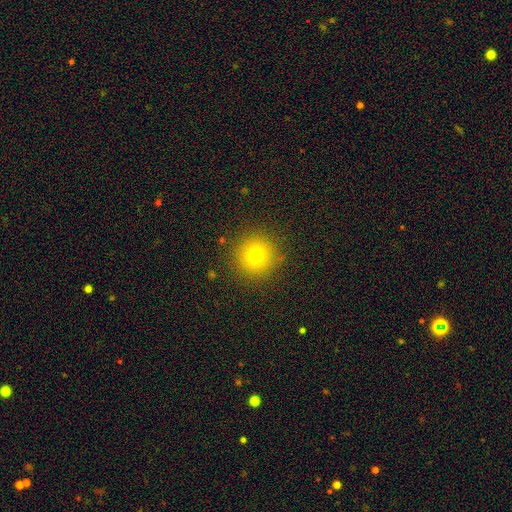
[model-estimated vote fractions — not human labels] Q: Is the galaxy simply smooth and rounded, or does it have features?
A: smooth — 73%.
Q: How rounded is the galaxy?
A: round — 96%.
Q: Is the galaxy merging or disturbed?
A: none — 90%.